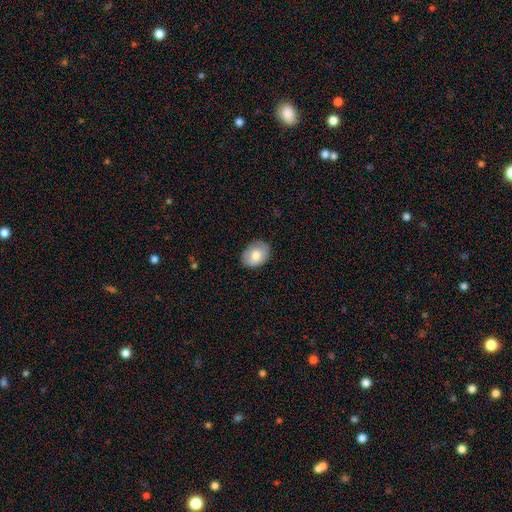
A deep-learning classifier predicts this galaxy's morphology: smooth 76%, featured or disk 16%, star or artifact 7%. Down the decision tree: how rounded — in between (74%); merging — none (83%).